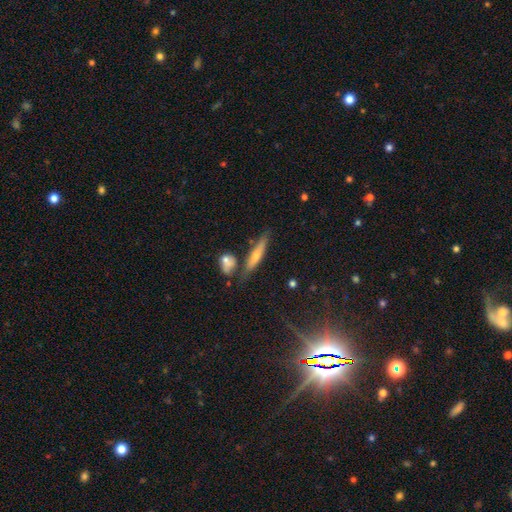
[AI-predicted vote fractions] smooth-or-featured: featured or disk: 45% | smooth: 44% | star or artifact: 11%
  merging: none: 69% | minor disturbance: 16% | merger: 11% | major disturbance: 4%